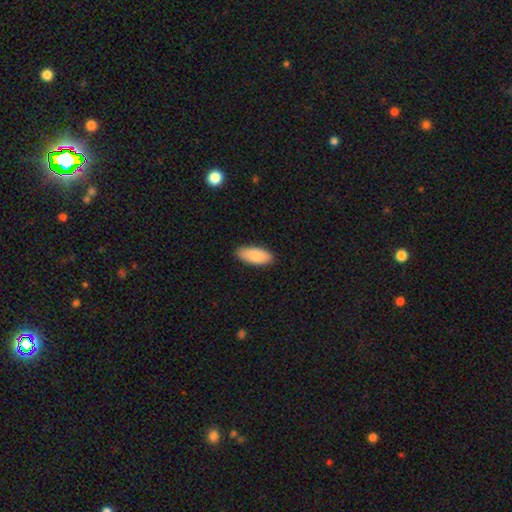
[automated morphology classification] This appears to be a smooth galaxy with no disk features (87%) that is in between round and cigar-shaped (86%). Merging: none (88%).